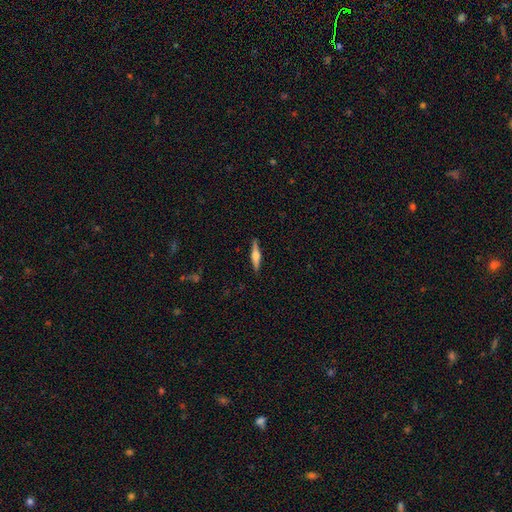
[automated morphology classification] Smooth or featured? Predicted: featured or disk (p=0.61). Edge-on disk? Predicted: yes (p=0.97). Edge-on bulge? Predicted: rounded (p=0.85). Merging? Predicted: none (p=0.90).